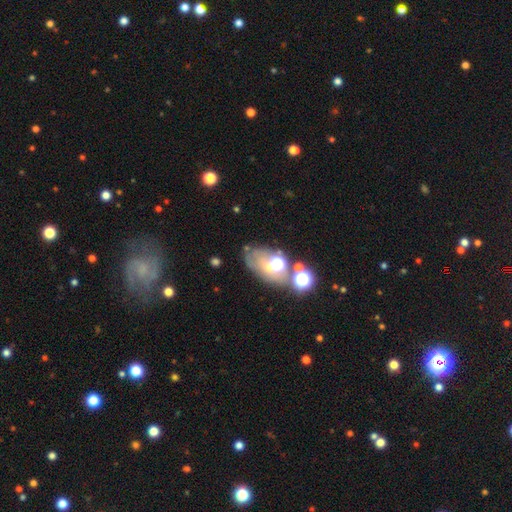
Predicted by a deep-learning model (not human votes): Smooth or featured? smooth (42%)
Merging? none (44%)